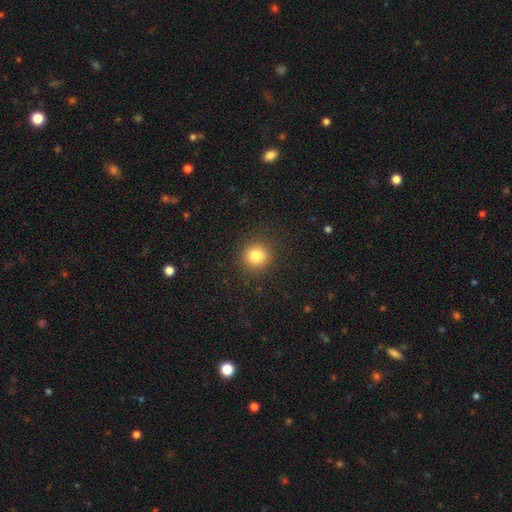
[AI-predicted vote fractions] Smooth or featured: smooth — 81% (star or artifact — 12%)
How rounded: round — 92% (in between — 7%)
Merging: none — 90% (minor disturbance — 6%)